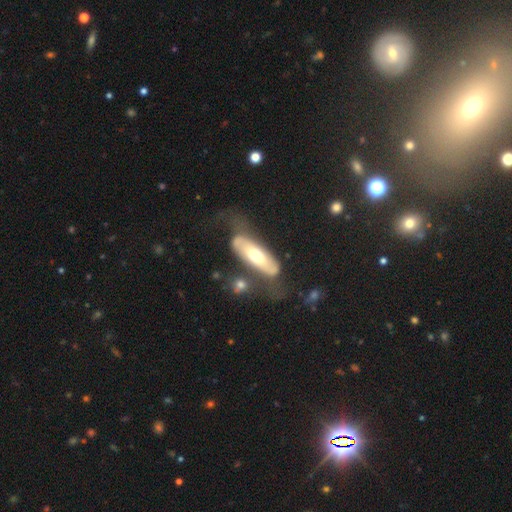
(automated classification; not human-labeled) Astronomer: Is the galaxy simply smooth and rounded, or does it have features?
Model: featured or disk — 54% (runner-up: smooth, 40%).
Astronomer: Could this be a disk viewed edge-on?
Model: no — 72%.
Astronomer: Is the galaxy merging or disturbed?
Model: none — 46% (runner-up: major disturbance, 24%).